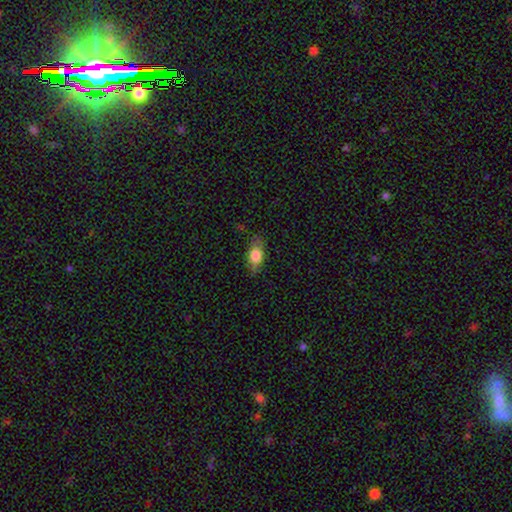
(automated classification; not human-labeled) smooth_or_featured: smooth (p=0.76) [alt: featured or disk p=0.16]
how_rounded: in between (p=0.84) [alt: cigar-shaped p=0.09]
merging: none (p=0.71) [alt: minor disturbance p=0.22]